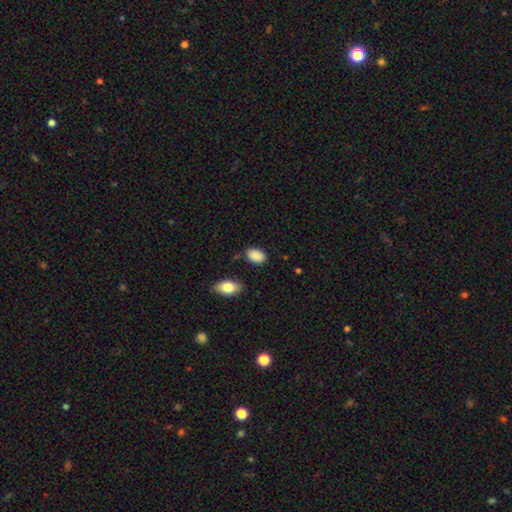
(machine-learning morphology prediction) Q: Smooth or featured?
A: smooth (89%); runner-up: star or artifact (7%)
Q: How rounded?
A: in between (89%); runner-up: round (10%)
Q: Merging?
A: none (80%); runner-up: minor disturbance (14%)